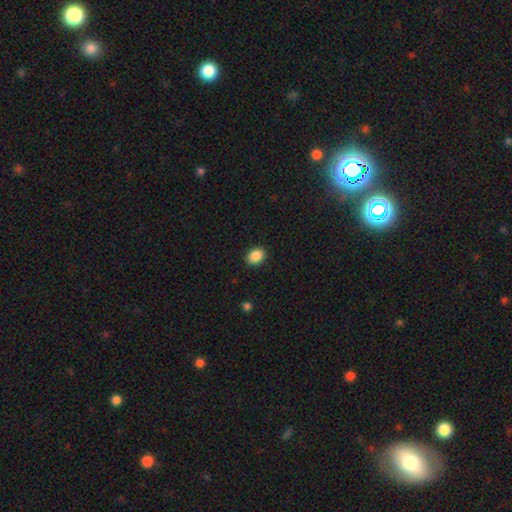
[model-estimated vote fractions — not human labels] A smooth galaxy with no disk features (88%) that is in between round and cigar-shaped (60%). Merging: none (89%).